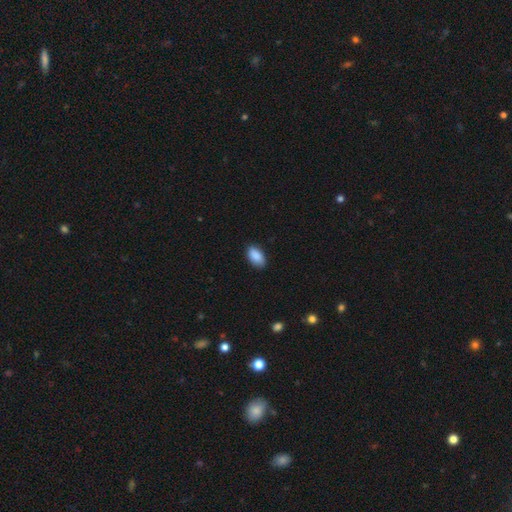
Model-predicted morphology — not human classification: smooth 90%, star or artifact 6%, featured or disk 4%. Down the decision tree: how rounded — in between (94%); merging — none (86%).